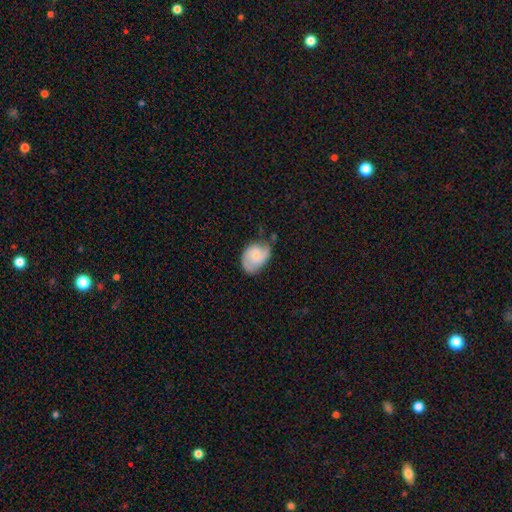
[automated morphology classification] This appears to be a featured or disk galaxy (54%) with no bar (62%), spiral arms (87%) and a small central bulge (53%). Merging: none (48%).